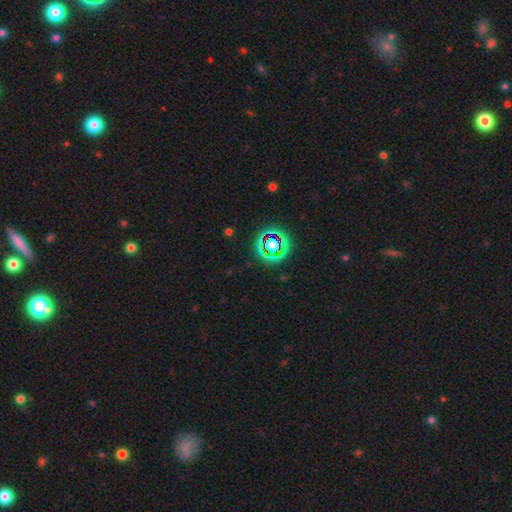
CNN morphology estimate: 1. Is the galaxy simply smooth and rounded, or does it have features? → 72% star or artifact, 17% smooth, 11% featured or disk.